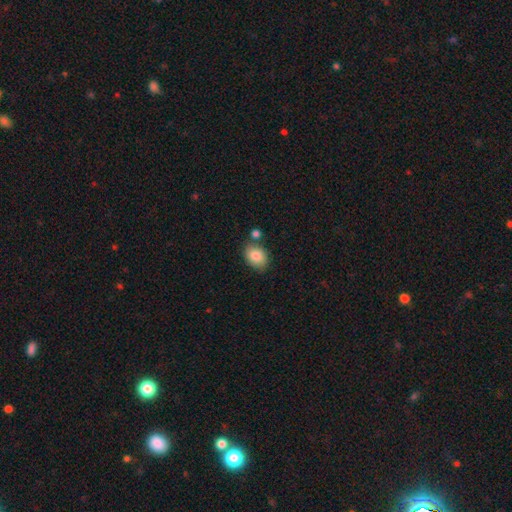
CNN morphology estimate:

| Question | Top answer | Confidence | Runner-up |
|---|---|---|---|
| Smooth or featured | smooth | 86% | star or artifact (7%) |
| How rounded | in between | 71% | round (28%) |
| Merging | none | 72% | minor disturbance (14%) |